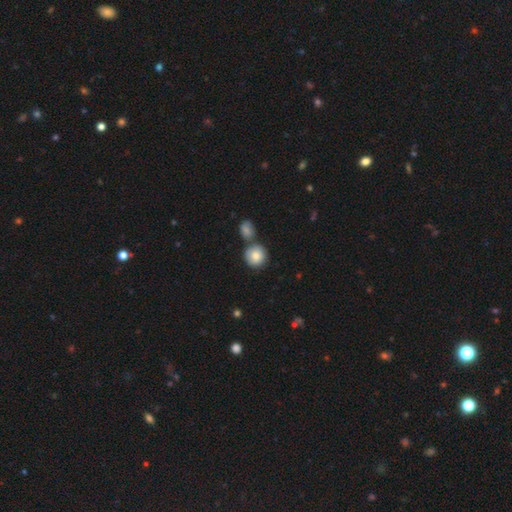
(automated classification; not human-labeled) A smooth galaxy with no disk features (82%) that is round (91%).

Vote fractions:
- Smooth or featured? smooth: 82% / featured or disk: 10% / star or artifact: 7%
- How rounded? round: 91% / in between: 8% / cigar-shaped: 1%
- Merging? none: 60% / merger: 26% / minor disturbance: 10% / major disturbance: 3%